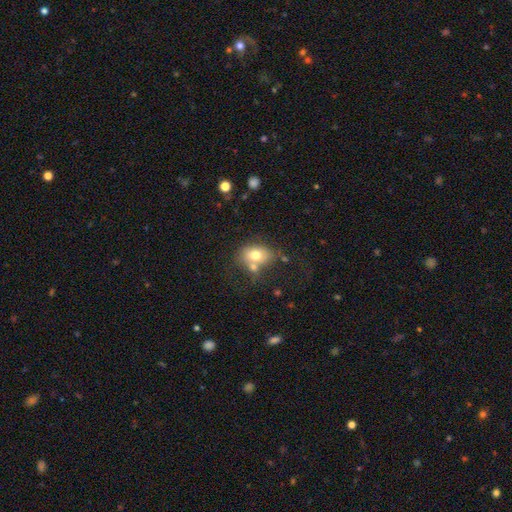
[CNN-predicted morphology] This appears to be a smooth galaxy with no disk features (72%) that is in between round and cigar-shaped (67%). Merging: none (45%).